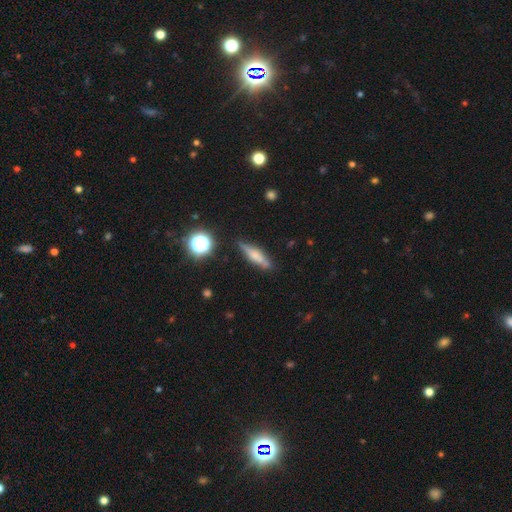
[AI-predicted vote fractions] Smooth or featured? Predicted: smooth (p=0.48). Merging? Predicted: none (p=0.74).